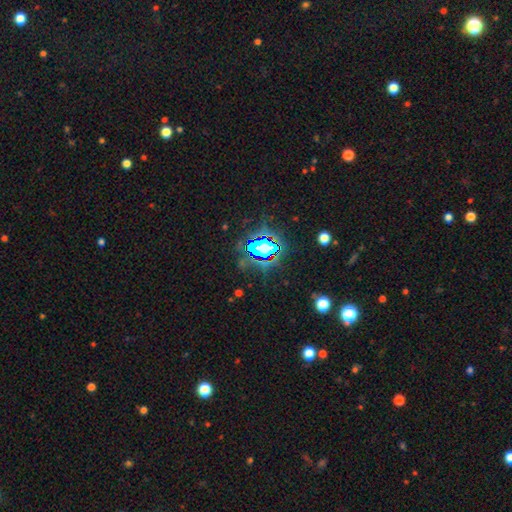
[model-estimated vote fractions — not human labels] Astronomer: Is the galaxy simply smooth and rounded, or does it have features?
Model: star or artifact — 80%.